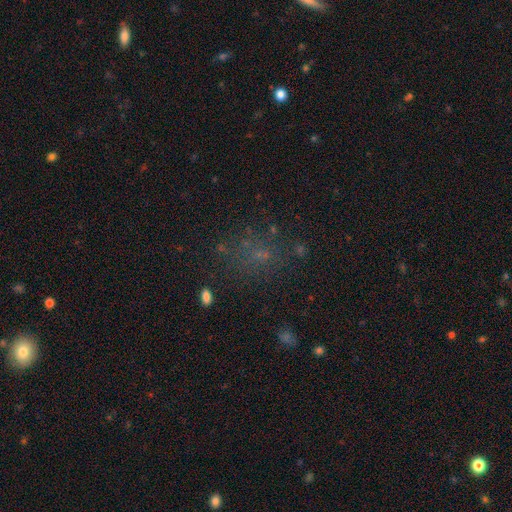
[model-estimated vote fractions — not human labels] A smooth galaxy with no disk features (43%).

Vote fractions:
- Smooth or featured? smooth: 43% / star or artifact: 42% / featured or disk: 15%
- Merging? none: 68% / minor disturbance: 15% / major disturbance: 12% / merger: 5%